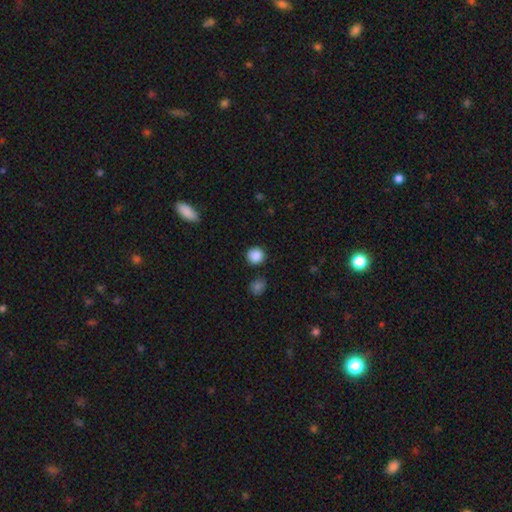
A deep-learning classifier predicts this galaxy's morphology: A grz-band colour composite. It shows a smooth galaxy with no disk features (88%) that is round (92%). Merging: none (89%).